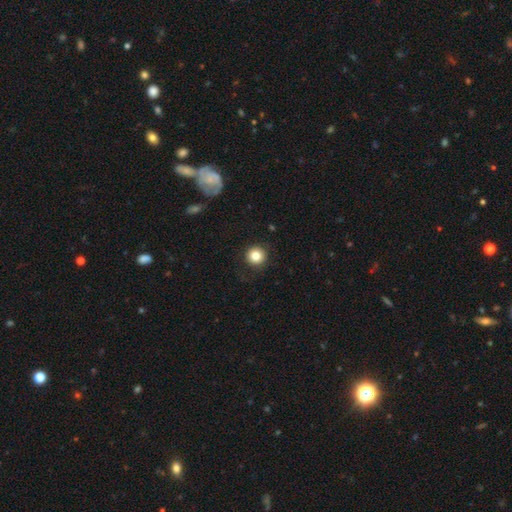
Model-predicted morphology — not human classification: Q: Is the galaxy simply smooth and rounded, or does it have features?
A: smooth — 82%.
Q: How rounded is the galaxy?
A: round — 95%.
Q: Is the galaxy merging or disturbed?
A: none — 89%.